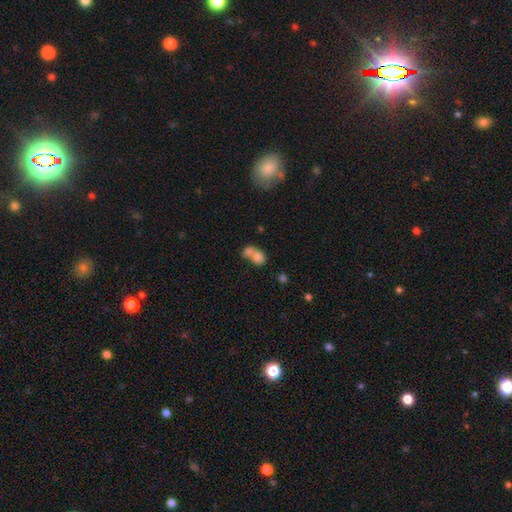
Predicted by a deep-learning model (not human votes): smooth_or_featured: smooth (p=0.76) [alt: featured or disk p=0.14]
how_rounded: in between (p=0.55) [alt: round p=0.43]
merging: merger (p=0.71) [alt: none p=0.19]